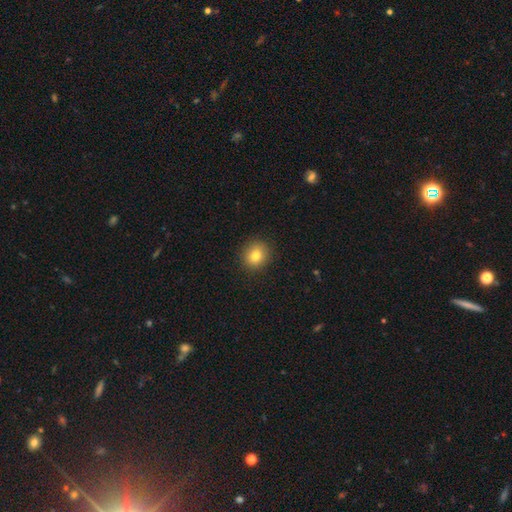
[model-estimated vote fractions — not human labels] Smooth or featured?
  - smooth: 81% *
  - star or artifact: 11%
  - featured or disk: 8%
How rounded?
  - round: 79% *
  - in between: 21%
  - cigar-shaped: 1%
Merging?
  - none: 90% *
  - minor disturbance: 6%
  - major disturbance: 2%
  - merger: 1%